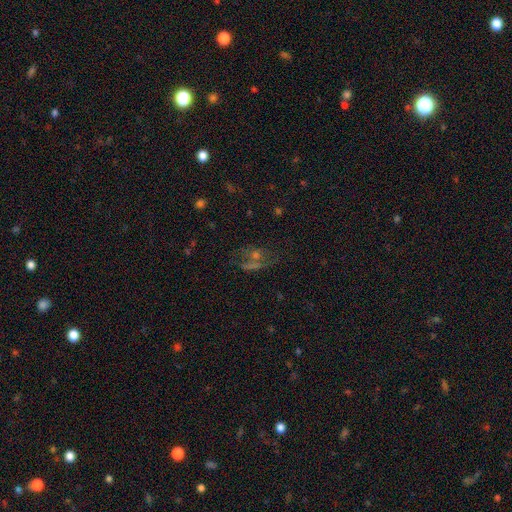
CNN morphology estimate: This appears to be a star or artifact, not a galaxy (40%).